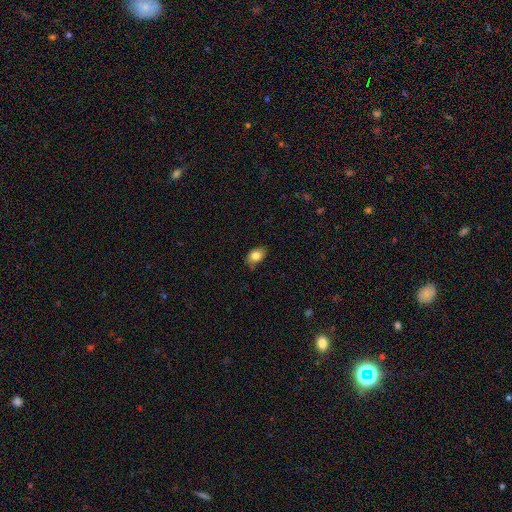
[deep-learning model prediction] Smooth or featured? Predicted: smooth (p=0.82). How rounded? Predicted: in between (p=0.78). Merging? Predicted: none (p=0.78).